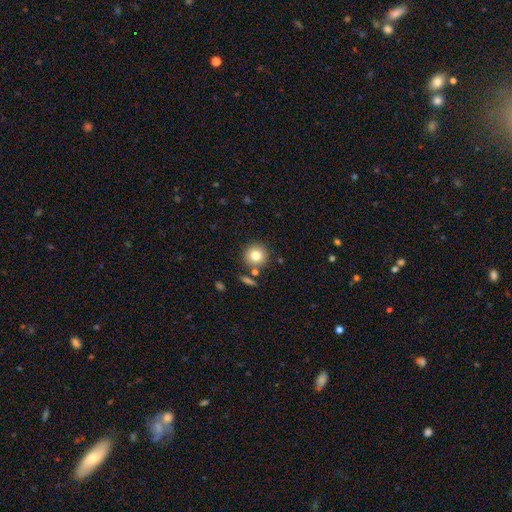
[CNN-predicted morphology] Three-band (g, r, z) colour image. It shows a smooth galaxy with no disk features (81%) that is round (94%). Merging: none (81%).